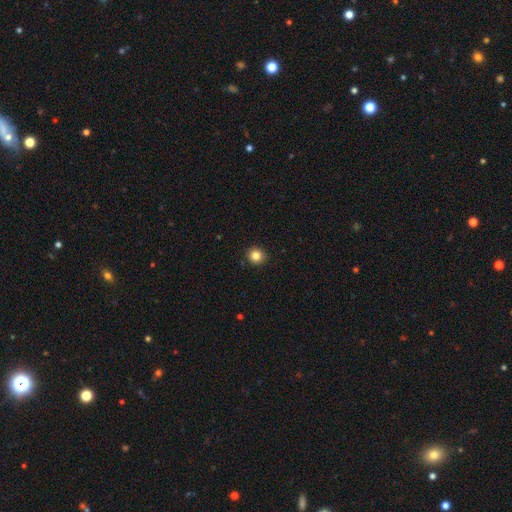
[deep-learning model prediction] Overall: smooth (84%). How rounded: round (90%). Merging: none (92%).